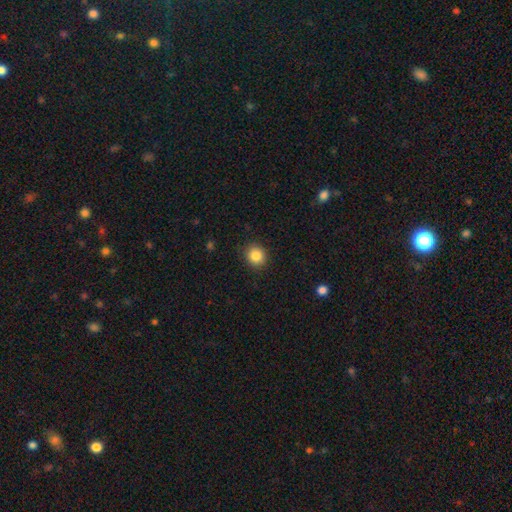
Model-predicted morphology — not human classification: The model was most divided on "how rounded": round: 82%, in between: 17%, cigar-shaped: 1%. More confident: merging — none (90%); smooth or featured — smooth (86%).